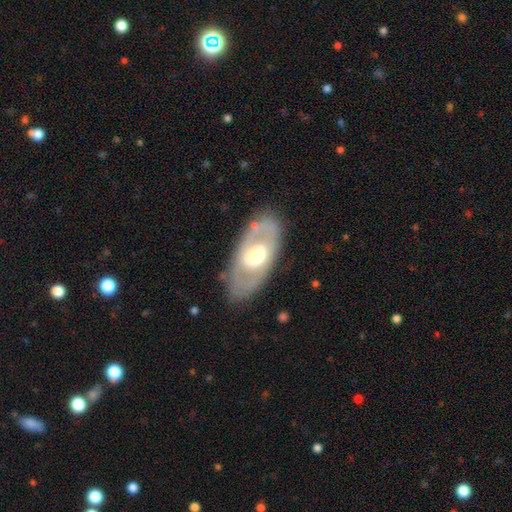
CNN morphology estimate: Smooth or featured? featured or disk (60%)
Edge-on disk? no (86%)
Bar? no (71%)
Spiral arms? no (72%)
Bulge size? moderate (61%)
Merging? none (80%)